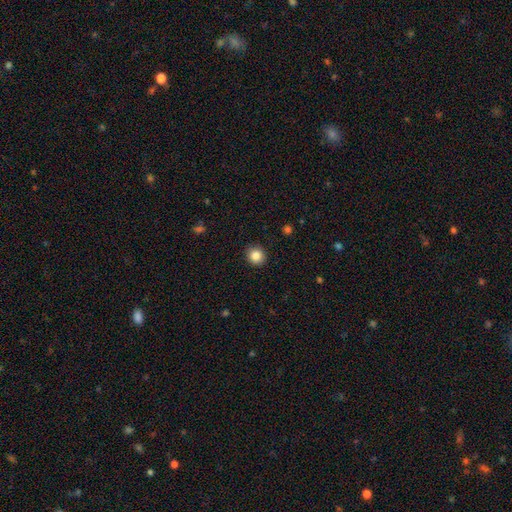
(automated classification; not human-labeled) A smooth galaxy with no disk features (85%) that is round (91%). Merging: none (92%).